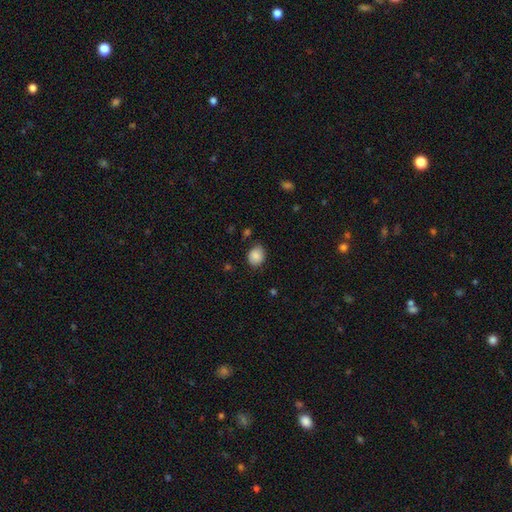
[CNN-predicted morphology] Smooth or featured?
  - smooth: 87% *
  - star or artifact: 8%
  - featured or disk: 5%
How rounded?
  - round: 58% *
  - in between: 41%
  - cigar-shaped: 1%
Merging?
  - none: 76% *
  - minor disturbance: 18%
  - major disturbance: 4%
  - merger: 2%